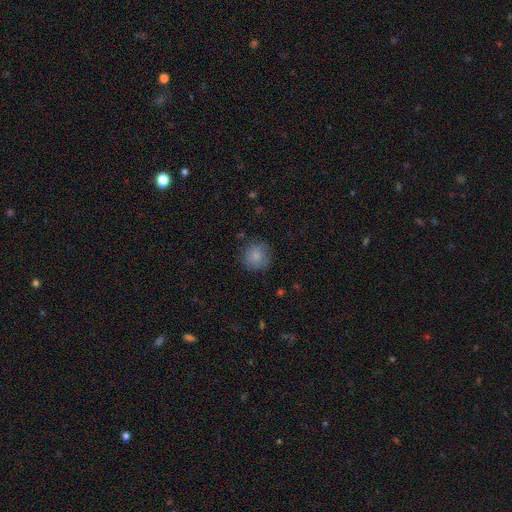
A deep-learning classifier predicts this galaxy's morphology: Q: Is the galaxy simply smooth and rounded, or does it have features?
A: smooth — 84%.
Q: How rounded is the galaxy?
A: round — 91%.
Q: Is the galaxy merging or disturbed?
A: none — 80%.